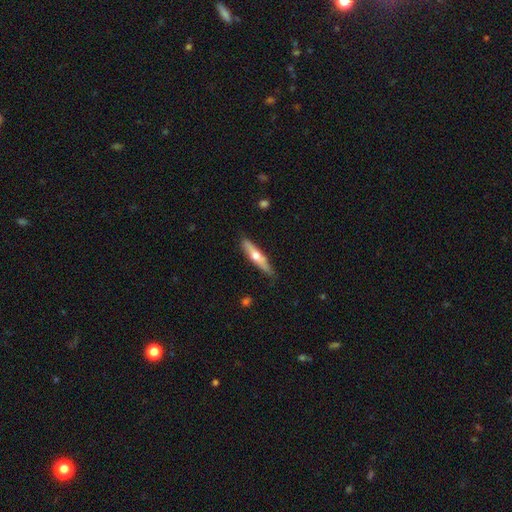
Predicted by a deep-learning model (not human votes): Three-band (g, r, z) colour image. It shows a featured or disk galaxy (51%) viewed edge-on (91%). Merging: none (82%).